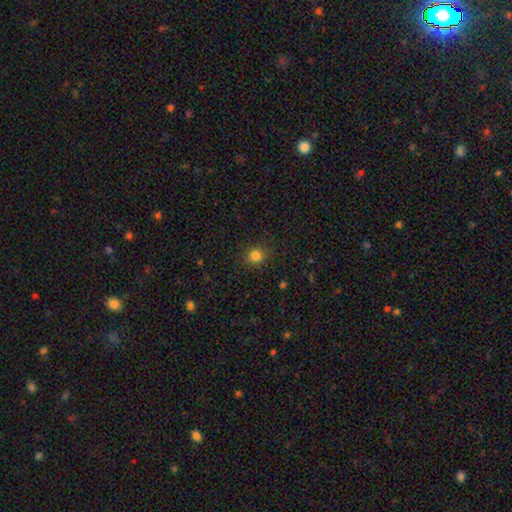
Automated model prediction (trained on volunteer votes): smooth-or-featured: smooth: 83% | star or artifact: 13% | featured or disk: 4%
  how-rounded: round: 86% | in between: 13% | cigar-shaped: 1%
  merging: none: 90% | minor disturbance: 7% | major disturbance: 2% | merger: 1%